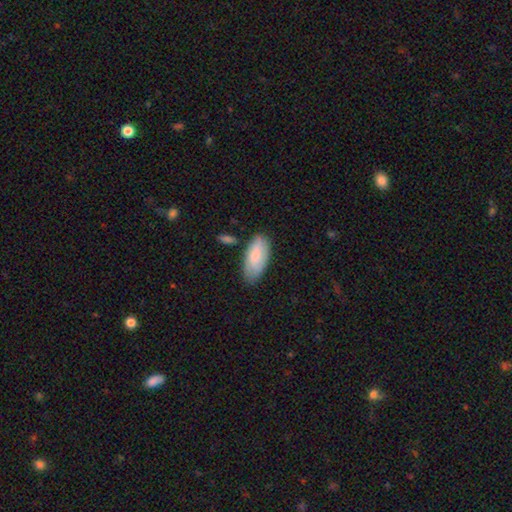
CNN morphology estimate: A smooth galaxy with no disk features (78%) that is in between round and cigar-shaped (91%). Merging: none (72%).